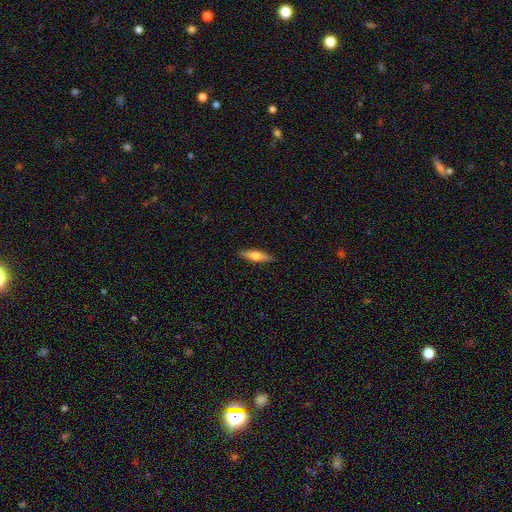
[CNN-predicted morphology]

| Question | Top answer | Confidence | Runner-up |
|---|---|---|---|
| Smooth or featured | smooth | 60% | featured or disk (34%) |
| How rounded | cigar-shaped | 65% | in between (33%) |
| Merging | none | 90% | minor disturbance (8%) |